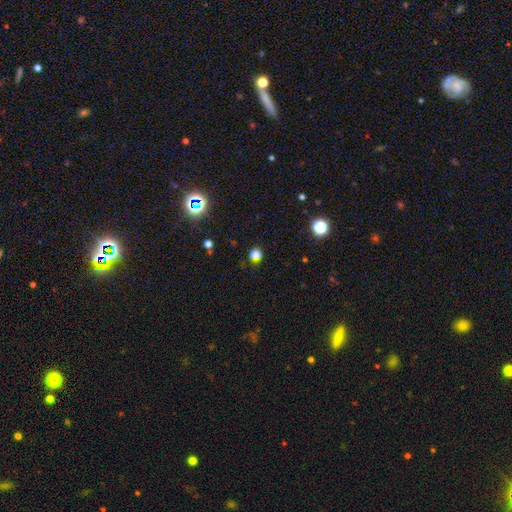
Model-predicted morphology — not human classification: This appears to be a smooth galaxy with no disk features (70%) that is round (83%). Merging: none (85%).